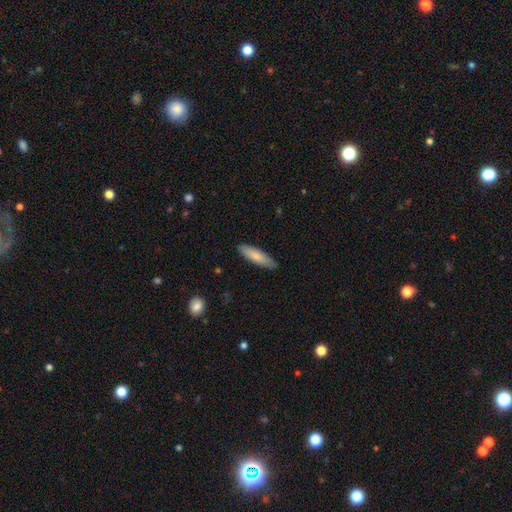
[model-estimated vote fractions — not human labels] smooth 81%, featured or disk 14%, star or artifact 5%. Down the decision tree: how rounded — cigar-shaped (61%); merging — none (84%).